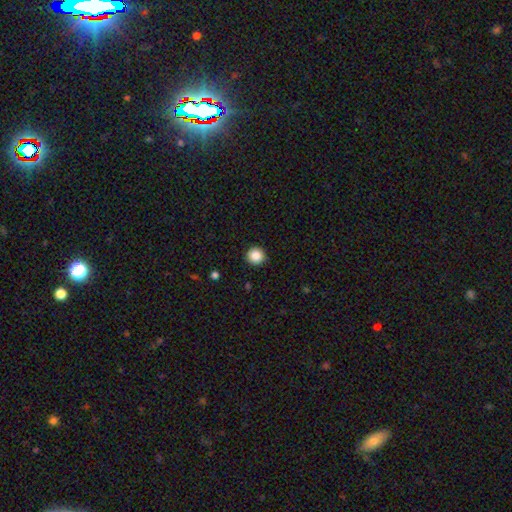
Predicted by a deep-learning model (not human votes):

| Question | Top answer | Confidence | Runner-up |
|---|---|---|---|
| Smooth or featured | smooth | 86% | star or artifact (10%) |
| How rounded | round | 95% | in between (4%) |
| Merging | none | 93% | minor disturbance (5%) |